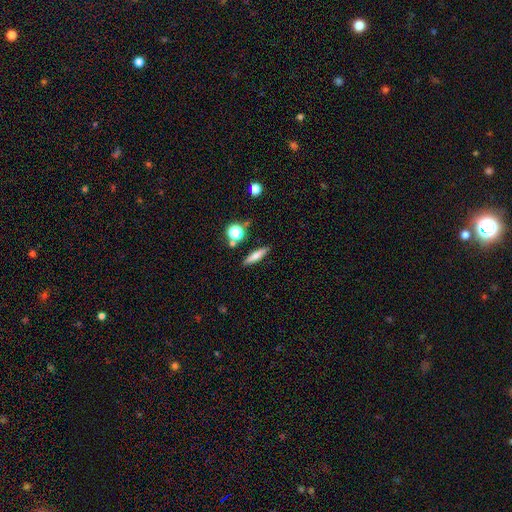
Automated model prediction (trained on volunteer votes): Smooth or featured? smooth (63%)
How rounded? cigar-shaped (72%)
Merging? none (85%)